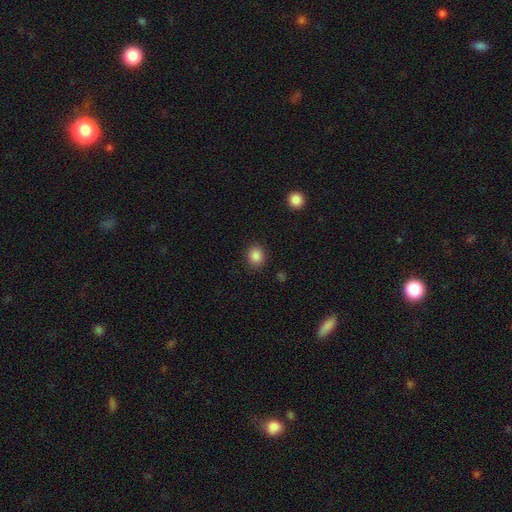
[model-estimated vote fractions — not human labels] Smooth or featured?
  - smooth: 86% *
  - star or artifact: 10%
  - featured or disk: 4%
How rounded?
  - round: 75% *
  - in between: 24%
  - cigar-shaped: 1%
Merging?
  - none: 89% *
  - minor disturbance: 7%
  - major disturbance: 3%
  - merger: 1%